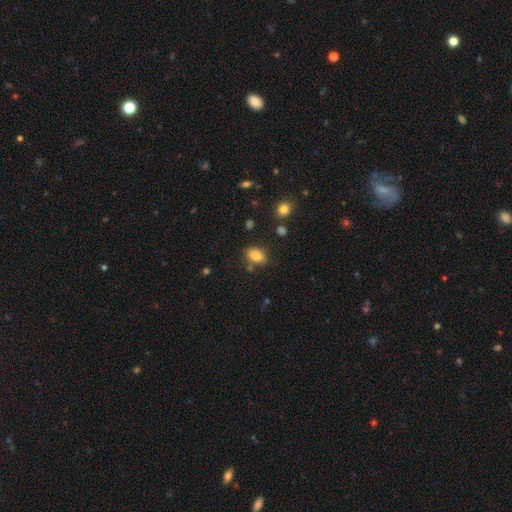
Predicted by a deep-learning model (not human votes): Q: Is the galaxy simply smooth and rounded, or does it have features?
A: smooth — 81%.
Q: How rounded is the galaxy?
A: in between — 81%.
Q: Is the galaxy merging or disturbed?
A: none — 79%.